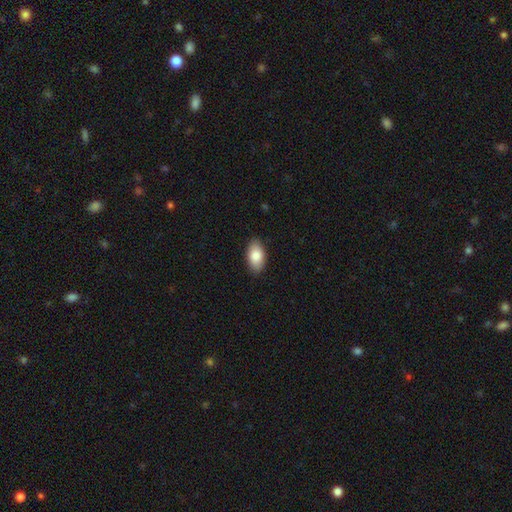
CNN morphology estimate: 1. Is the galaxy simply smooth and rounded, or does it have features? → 84% smooth, 9% featured or disk, 6% star or artifact.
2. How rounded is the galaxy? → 94% in between, 3% round, 3% cigar-shaped.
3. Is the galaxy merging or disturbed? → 88% none, 9% minor disturbance, 2% major disturbance, 1% merger.